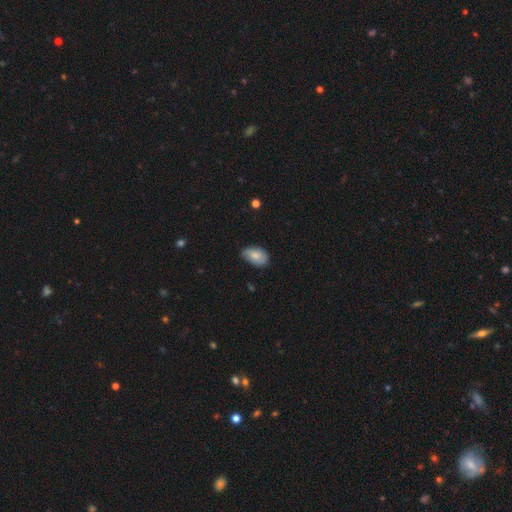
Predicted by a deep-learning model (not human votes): This appears to be a smooth galaxy with no disk features (76%) that is in between round and cigar-shaped (91%). Merging: none (69%).